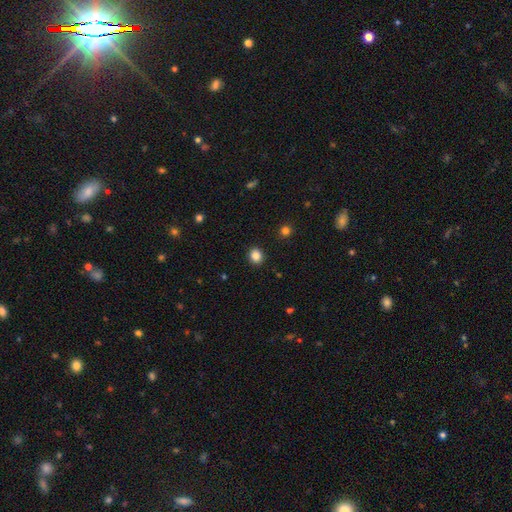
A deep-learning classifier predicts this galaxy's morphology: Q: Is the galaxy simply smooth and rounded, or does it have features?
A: smooth — 84%.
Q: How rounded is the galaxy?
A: round — 75%.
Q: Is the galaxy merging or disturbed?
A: none — 91%.